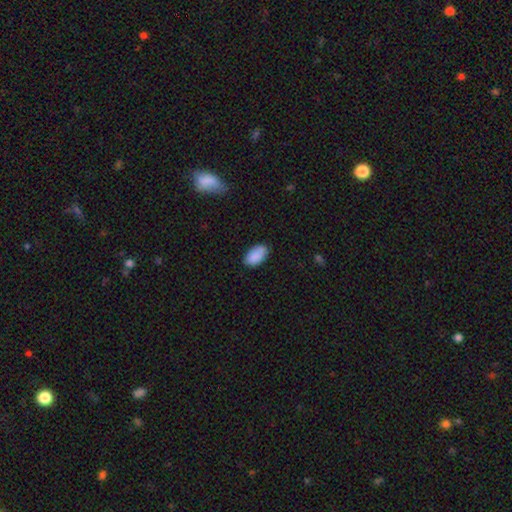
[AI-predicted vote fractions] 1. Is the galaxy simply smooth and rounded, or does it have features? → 89% smooth, 7% star or artifact, 4% featured or disk.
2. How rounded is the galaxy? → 95% in between, 4% round, 2% cigar-shaped.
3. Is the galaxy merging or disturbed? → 79% none, 17% minor disturbance, 3% major disturbance, 1% merger.